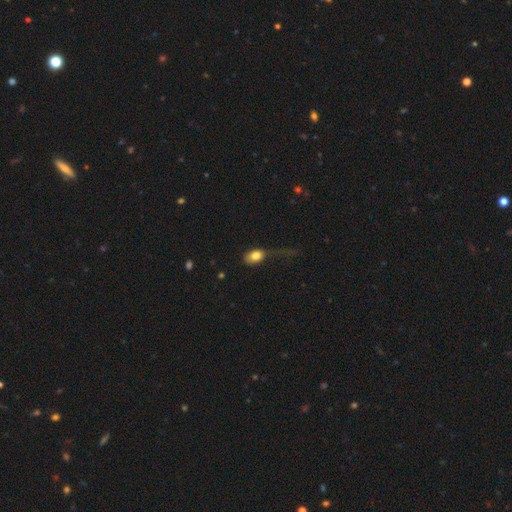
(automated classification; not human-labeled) Smooth or featured? smooth (81%)
How rounded? in between (84%)
Merging? major disturbance (39%)